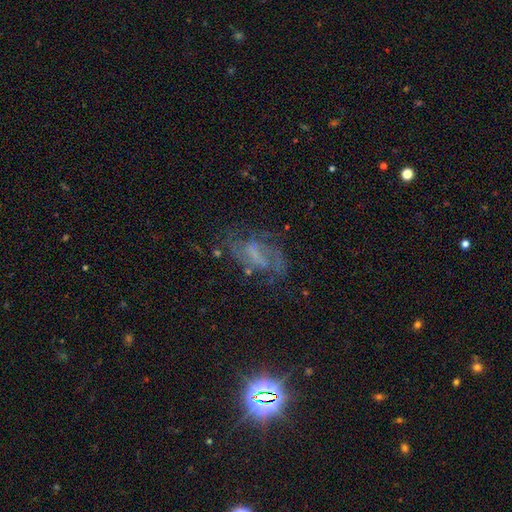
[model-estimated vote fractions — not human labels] The model was most divided on "bar": weak: 39%, no: 34%, strong: 27%. More confident: edge-on disk — no (93%); spiral arms — yes (76%); smooth or featured — featured or disk (62%); bulge size — none (60%); merging — none (54%).